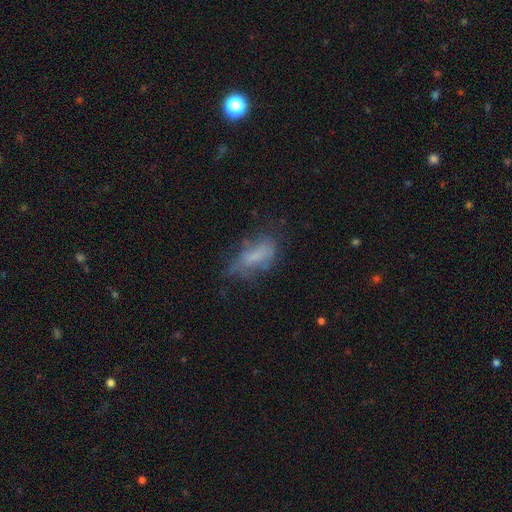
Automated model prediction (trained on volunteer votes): Smooth or featured? Predicted: smooth (p=0.55). How rounded? Predicted: in between (p=0.79). Merging? Predicted: none (p=0.43).